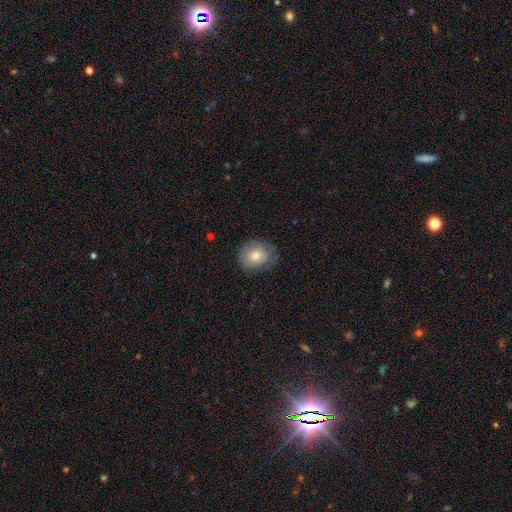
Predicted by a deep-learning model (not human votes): Q: Smooth or featured?
A: smooth (64%); runner-up: featured or disk (27%)
Q: How rounded?
A: round (72%); runner-up: in between (27%)
Q: Merging?
A: none (68%); runner-up: minor disturbance (22%)